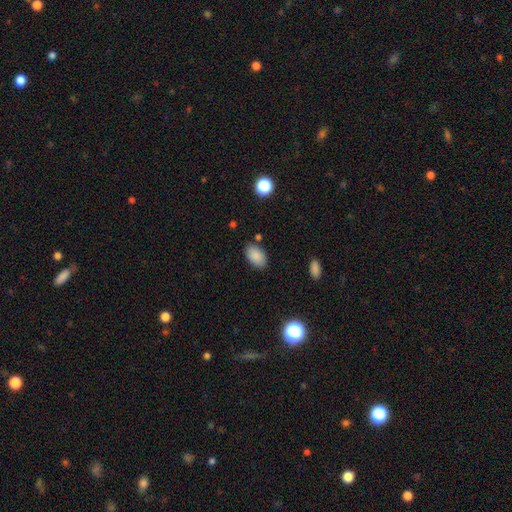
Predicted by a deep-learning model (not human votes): This is clearly a smooth galaxy (87%). How rounded: clearly in between (92%). Merging: clearly none (82%).